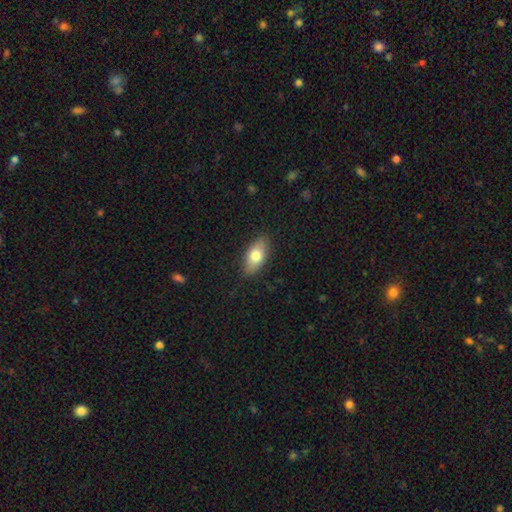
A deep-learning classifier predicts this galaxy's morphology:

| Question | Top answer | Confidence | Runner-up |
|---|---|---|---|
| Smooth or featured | smooth | 75% | featured or disk (19%) |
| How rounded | in between | 87% | cigar-shaped (9%) |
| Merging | none | 87% | minor disturbance (10%) |